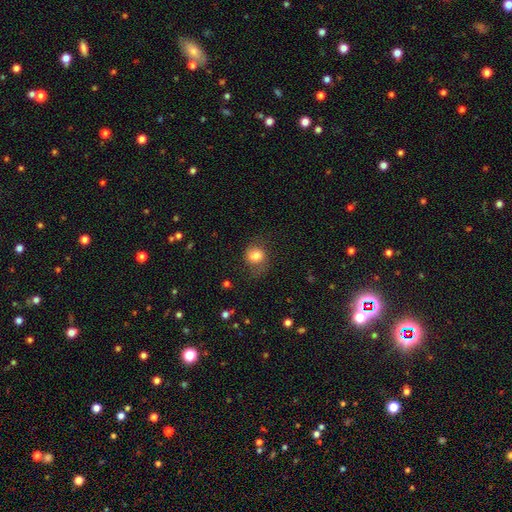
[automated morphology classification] smooth-or-featured: smooth: 74% | featured or disk: 16% | star or artifact: 10%
  how-rounded: round: 60% | in between: 39% | cigar-shaped: 1%
  merging: none: 54% | minor disturbance: 26% | major disturbance: 16% | merger: 4%